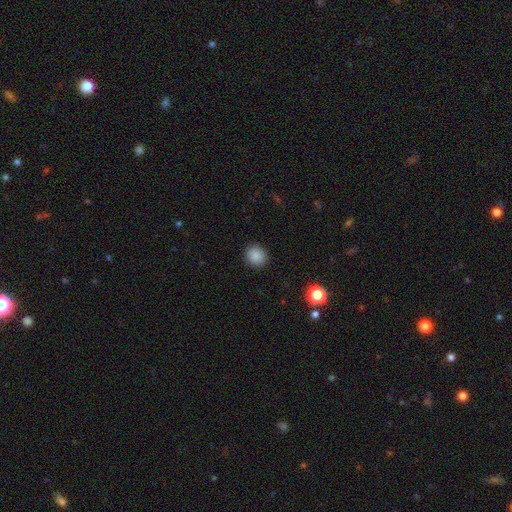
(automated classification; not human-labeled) Morphology: type=smooth (86%); roundness=round (83%); merging=none (91%).